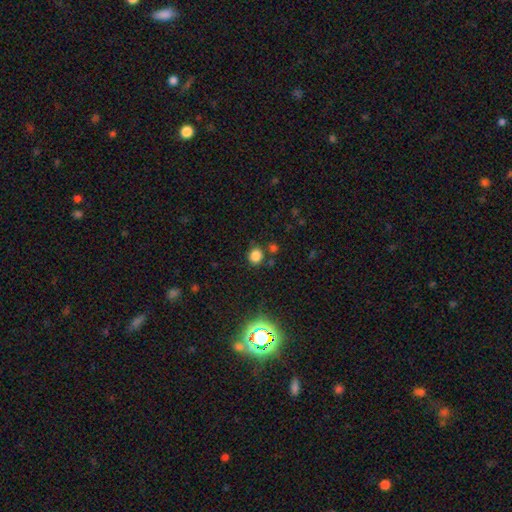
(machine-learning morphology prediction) Smooth or featured? smooth (80%)
How rounded? round (79%)
Merging? none (78%)